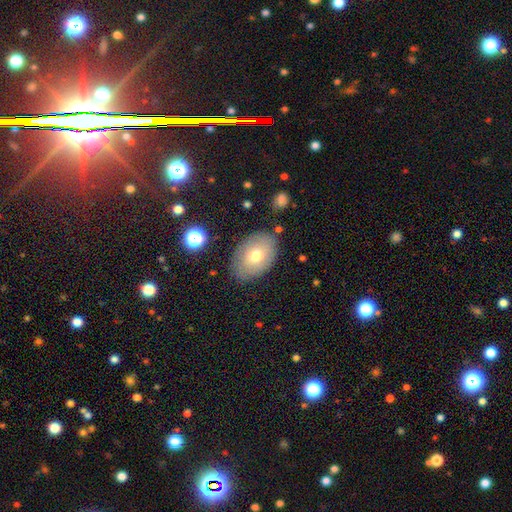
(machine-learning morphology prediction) Overall: smooth (69%). How rounded: in between (83%). Merging: none (80%).